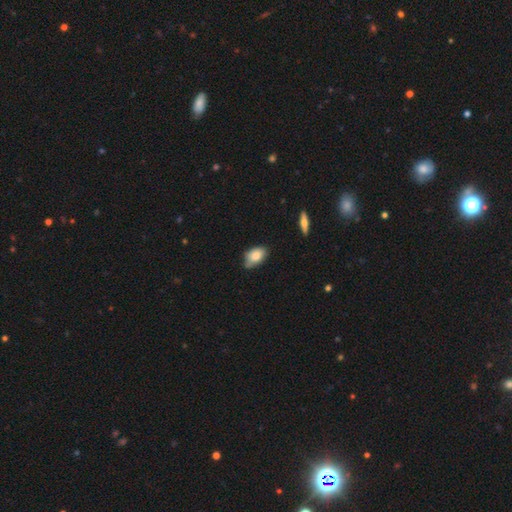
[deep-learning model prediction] A smooth galaxy with no disk features (79%) that is in between round and cigar-shaped (89%).

Vote fractions:
- Smooth or featured? smooth: 79% / featured or disk: 14% / star or artifact: 8%
- How rounded? in between: 89% / round: 9% / cigar-shaped: 2%
- Merging? none: 57% / minor disturbance: 35% / major disturbance: 5% / merger: 3%